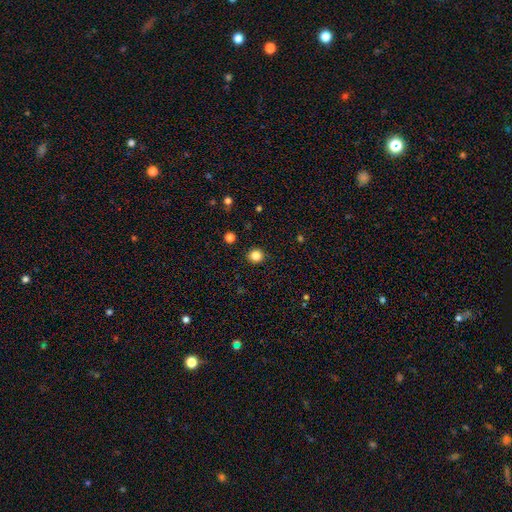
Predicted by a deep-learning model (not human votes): This is clearly a smooth galaxy (84%). How rounded: clearly round (93%). Merging: clearly none (92%).